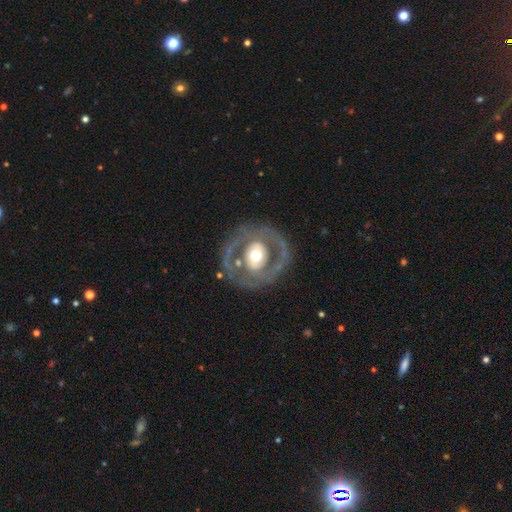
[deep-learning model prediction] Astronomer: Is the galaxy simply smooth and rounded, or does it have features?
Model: featured or disk — 70%.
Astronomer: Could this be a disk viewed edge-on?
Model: no — 96%.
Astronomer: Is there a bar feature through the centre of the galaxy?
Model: no — 66%.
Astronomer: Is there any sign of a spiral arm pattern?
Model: no — 60% (runner-up: yes, 40%).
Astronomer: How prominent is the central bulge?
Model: moderate — 61%.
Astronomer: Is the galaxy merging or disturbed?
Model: none — 75%.